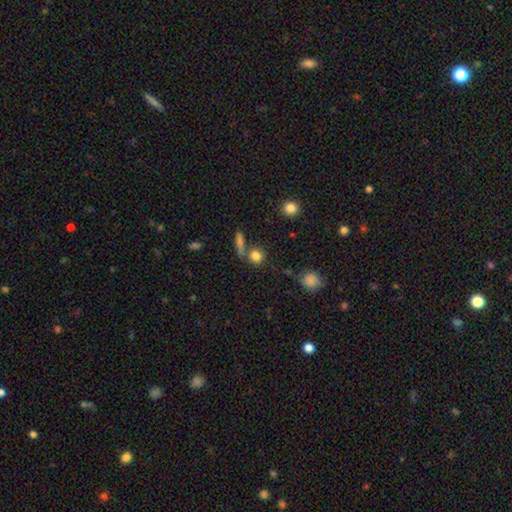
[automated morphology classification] This appears to be a smooth galaxy with no disk features (81%) that is round (85%). Merging: none (69%).